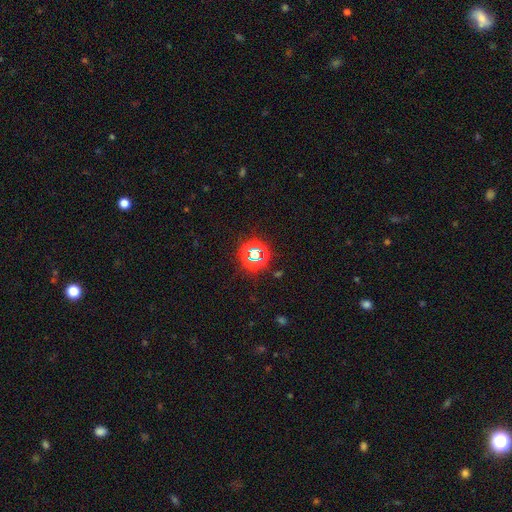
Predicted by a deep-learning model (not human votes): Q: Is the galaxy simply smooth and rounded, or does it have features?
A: star or artifact — 73%.